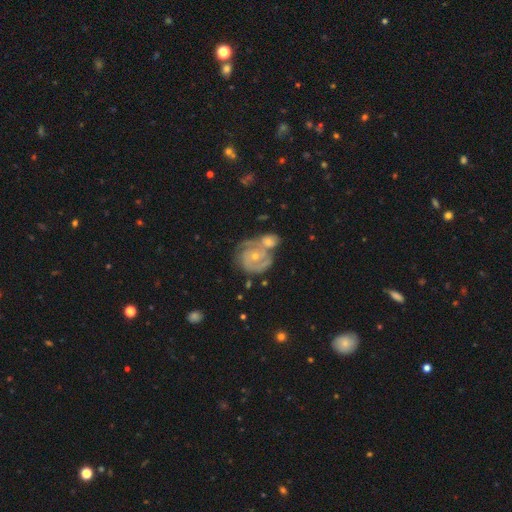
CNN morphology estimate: A featured or disk galaxy (84%) with no bar (66%), 2 (56%) tight (62%) spiral arms (95%) and a small central bulge (59%). Merging: none (42%).